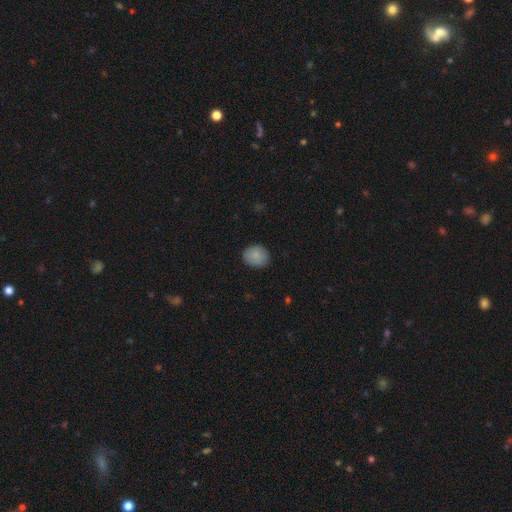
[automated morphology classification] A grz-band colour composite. It shows a smooth galaxy with no disk features (86%) that is round (64%). Merging: none (85%).